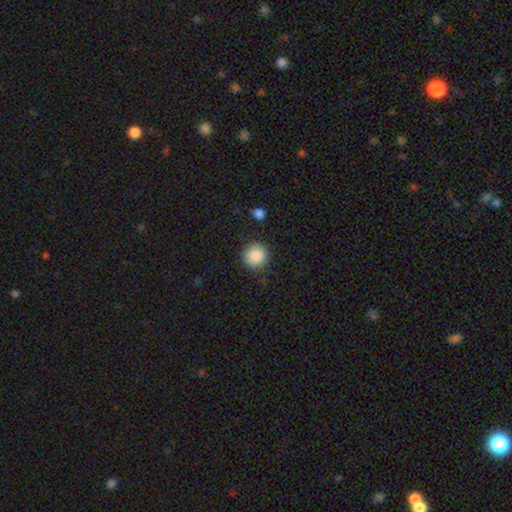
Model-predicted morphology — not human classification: smooth_or_featured: smooth (p=0.88) [alt: star or artifact p=0.08]
how_rounded: round (p=0.95) [alt: in between p=0.04]
merging: none (p=0.89) [alt: minor disturbance p=0.07]